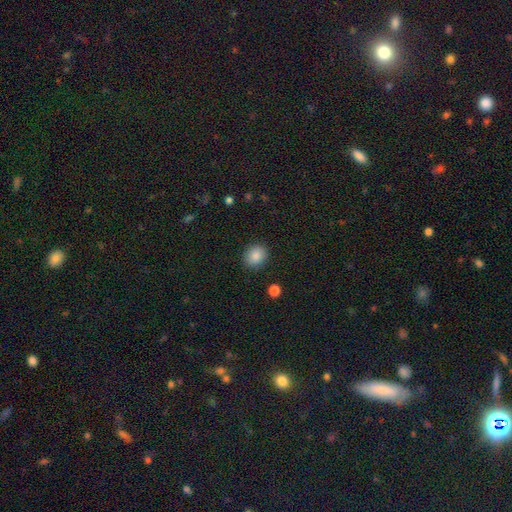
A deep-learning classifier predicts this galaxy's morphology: This appears to be a smooth galaxy with no disk features (86%) that is round (66%). Merging: none (88%).